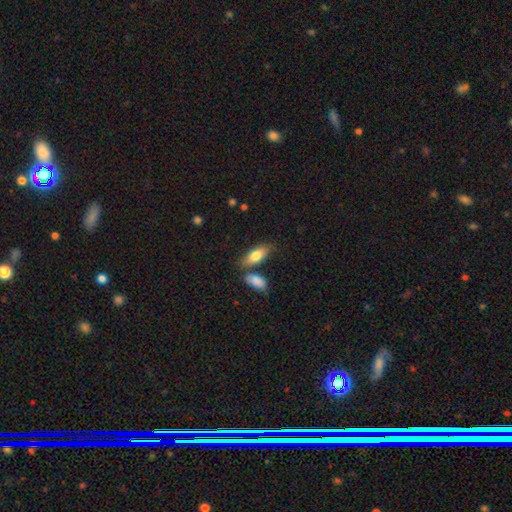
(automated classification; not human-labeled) Morphology: type=smooth (80%); roundness=in between (79%); merging=none (67%).